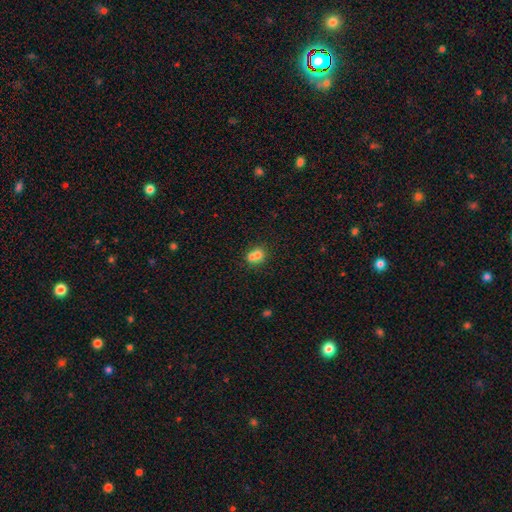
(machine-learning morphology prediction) smooth_or_featured: smooth (p=0.70) [alt: featured or disk p=0.18]
how_rounded: round (p=0.66) [alt: in between p=0.33]
merging: merger (p=0.61) [alt: none p=0.29]